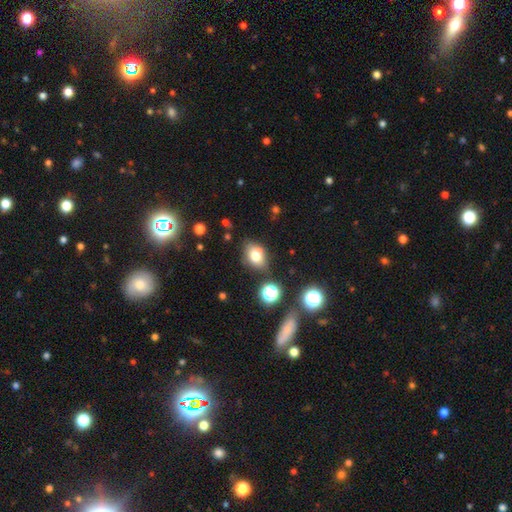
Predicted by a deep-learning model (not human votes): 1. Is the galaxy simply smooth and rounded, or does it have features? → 72% smooth, 14% star or artifact, 14% featured or disk.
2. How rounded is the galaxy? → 64% in between, 34% round, 2% cigar-shaped.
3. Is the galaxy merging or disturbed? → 69% none, 17% minor disturbance, 9% merger, 5% major disturbance.